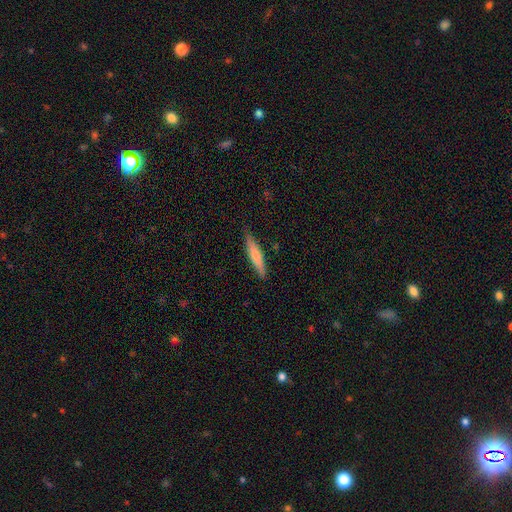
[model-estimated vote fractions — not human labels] Q: Smooth or featured?
A: smooth (54%); runner-up: featured or disk (39%)
Q: How rounded?
A: cigar-shaped (91%); runner-up: in between (8%)
Q: Merging?
A: none (88%); runner-up: minor disturbance (9%)